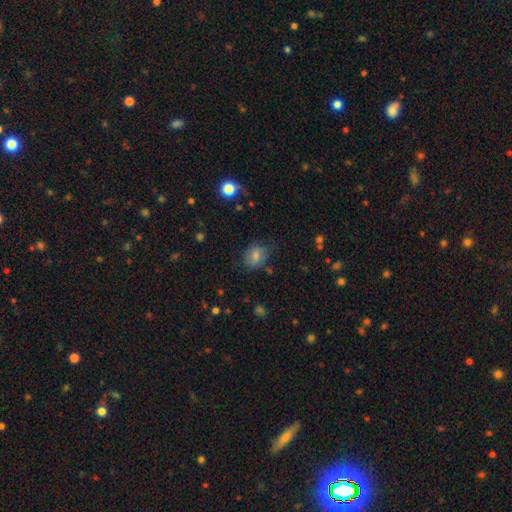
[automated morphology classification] smooth-or-featured: smooth: 79% | featured or disk: 11% | star or artifact: 10%
  how-rounded: in between: 57% | round: 42% | cigar-shaped: 1%
  merging: none: 71% | minor disturbance: 20% | major disturbance: 7% | merger: 2%